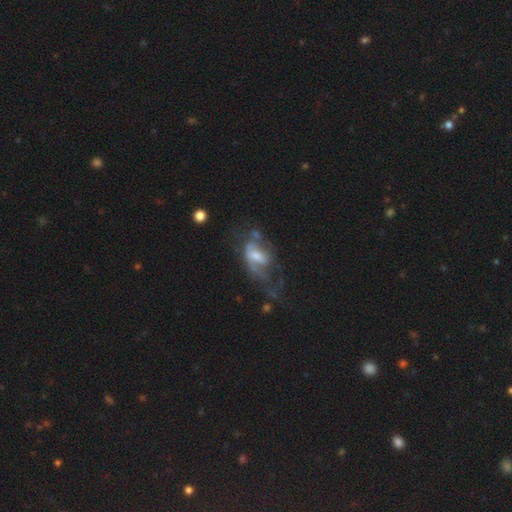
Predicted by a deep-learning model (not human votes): smooth-or-featured: featured or disk: 68% | smooth: 23% | star or artifact: 8%
  disk-edge-on: no: 94% | yes: 6%
    bar: weak: 45% | no: 35% | strong: 19%
    has-spiral-arms: yes: 73% | no: 27%
    bulge-size: moderate: 46% | small: 31% | large: 12% | none: 10% | dominant: 2%
  merging: major disturbance: 42% | none: 30% | minor disturbance: 20% | merger: 7%